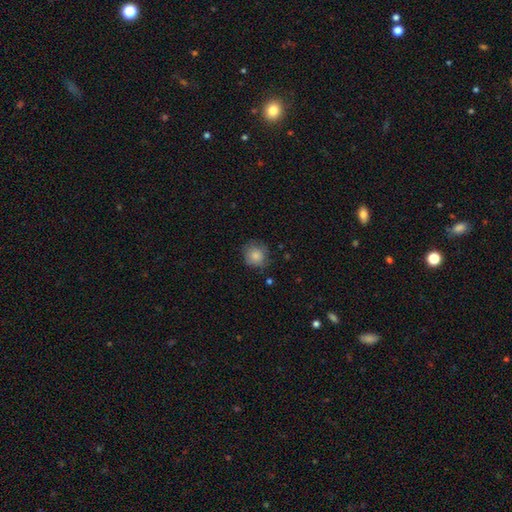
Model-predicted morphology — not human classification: Overall: smooth (84%). How rounded: round (90%). Merging: none (77%).